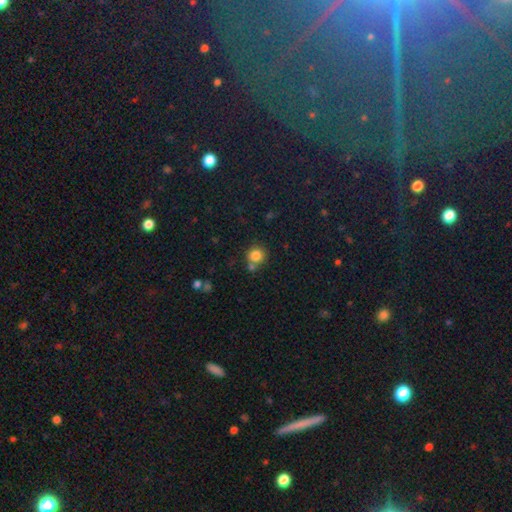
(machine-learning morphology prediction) A smooth galaxy with no disk features (83%) that is round (91%). Merging: none (68%).